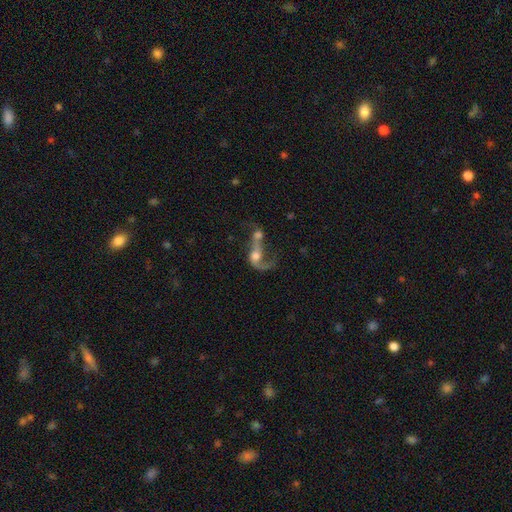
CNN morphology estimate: Overall: featured or disk (59%; smooth 31%). Edge-on disk: no (93%). Bar: no (70%). Spiral arms: yes (66%; no 34%). Bulge size: moderate (47%; large 25%). Merging: merger (64%).